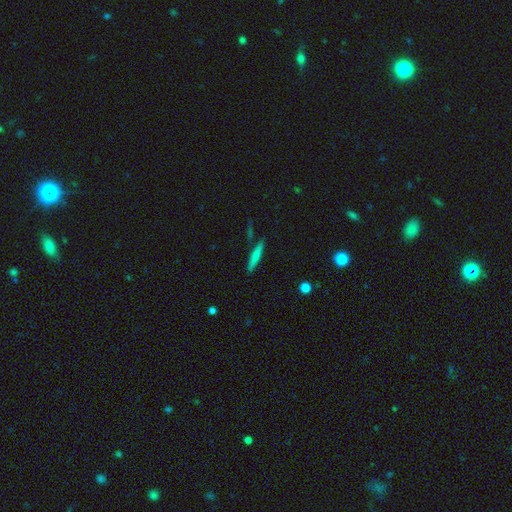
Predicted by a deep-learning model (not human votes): Overall: smooth (67%). How rounded: cigar-shaped (93%). Merging: none (84%).